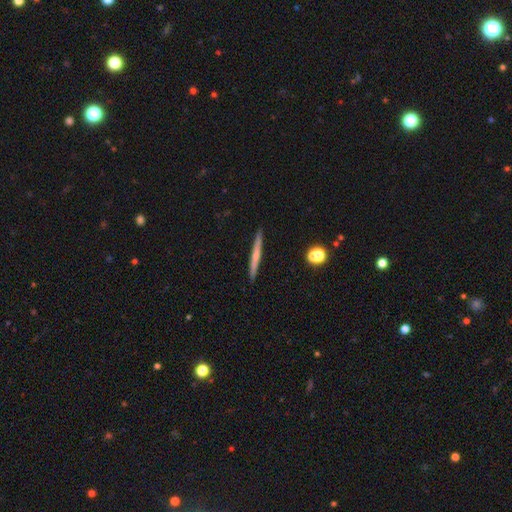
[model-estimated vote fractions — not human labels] Smooth or featured? Predicted: featured or disk (p=0.50). Merging? Predicted: none (p=0.91).